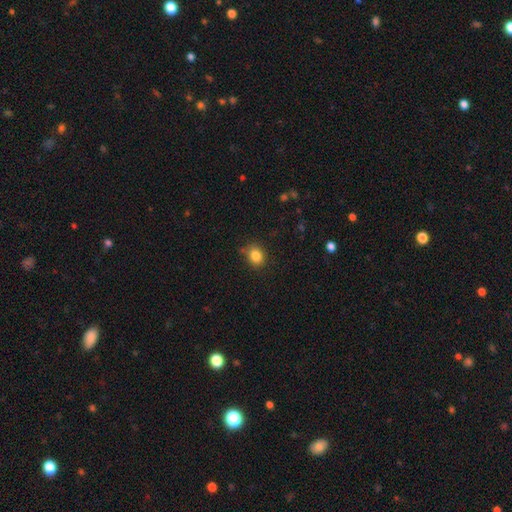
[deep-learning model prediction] This appears to be a smooth galaxy with no disk features (84%) that is round (62%). Merging: none (83%).